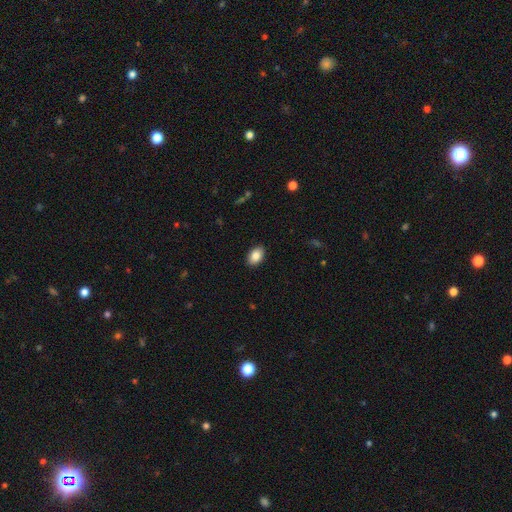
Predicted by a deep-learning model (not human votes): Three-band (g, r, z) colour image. It shows a smooth galaxy with no disk features (87%) that is in between round and cigar-shaped (88%). Merging: none (90%).